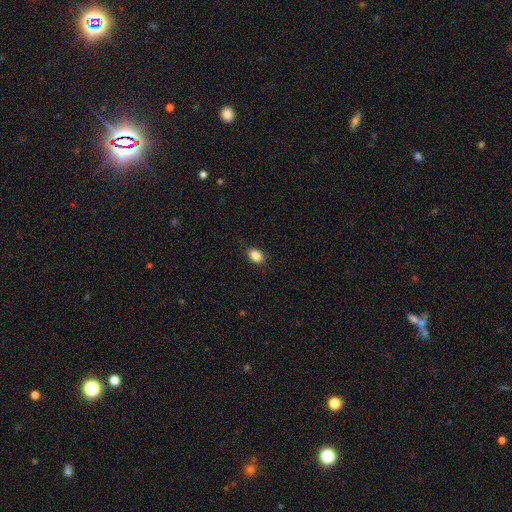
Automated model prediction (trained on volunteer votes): Smooth or featured? smooth (87%)
How rounded? in between (83%)
Merging? none (87%)